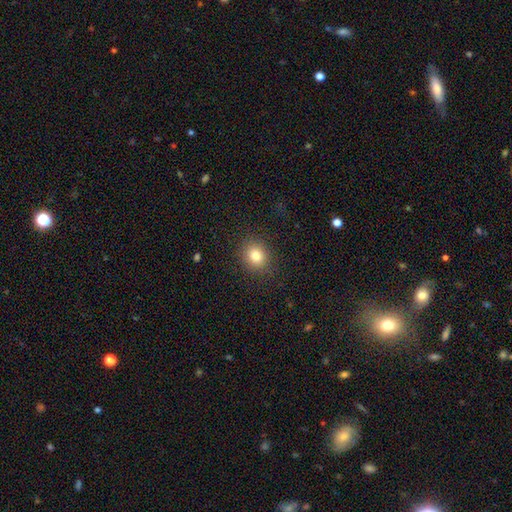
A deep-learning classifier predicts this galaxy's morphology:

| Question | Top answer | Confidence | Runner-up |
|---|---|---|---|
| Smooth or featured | smooth | 81% | star or artifact (11%) |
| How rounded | round | 74% | in between (25%) |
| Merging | none | 88% | minor disturbance (8%) |